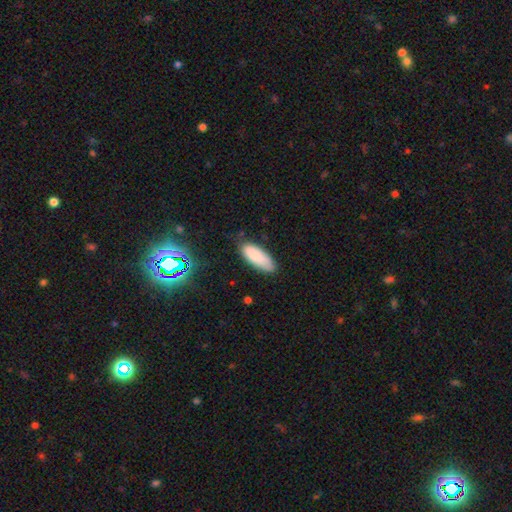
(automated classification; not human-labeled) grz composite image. It shows a smooth galaxy with no disk features (85%) that is in between round and cigar-shaped (74%). Merging: none (74%).